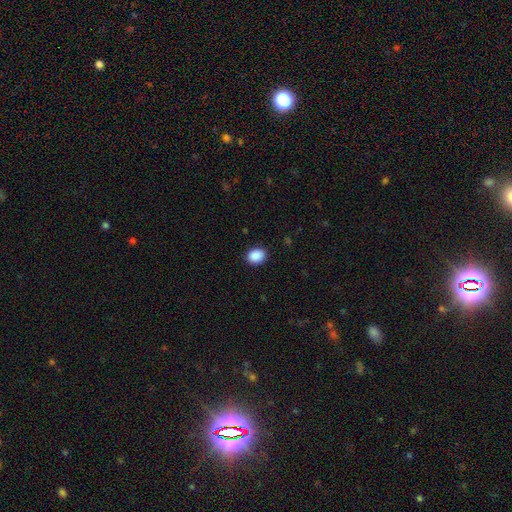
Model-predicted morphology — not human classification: The model was most divided on "how rounded": in between: 51%, round: 49%, cigar-shaped: 1%. More confident: smooth or featured — smooth (90%); merging — none (89%).